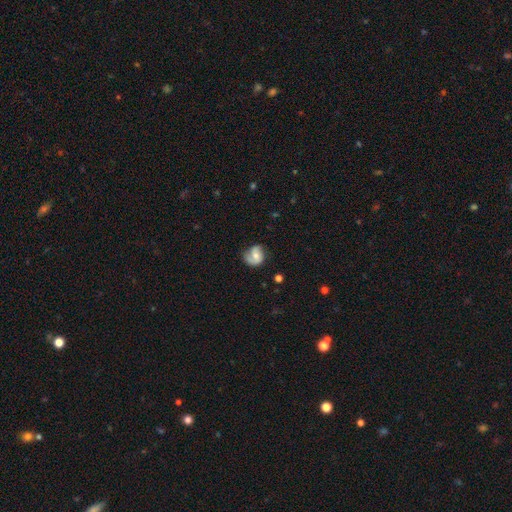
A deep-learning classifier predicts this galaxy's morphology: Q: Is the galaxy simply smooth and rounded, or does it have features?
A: featured or disk — 60%.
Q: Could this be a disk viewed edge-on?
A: no — 98%.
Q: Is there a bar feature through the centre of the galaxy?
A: no — 59%.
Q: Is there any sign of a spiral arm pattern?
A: yes — 87%.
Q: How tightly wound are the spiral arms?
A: medium — 41%.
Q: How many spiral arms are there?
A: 2 — 59%.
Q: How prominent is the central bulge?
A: moderate — 57%.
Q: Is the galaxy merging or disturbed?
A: none — 60%.